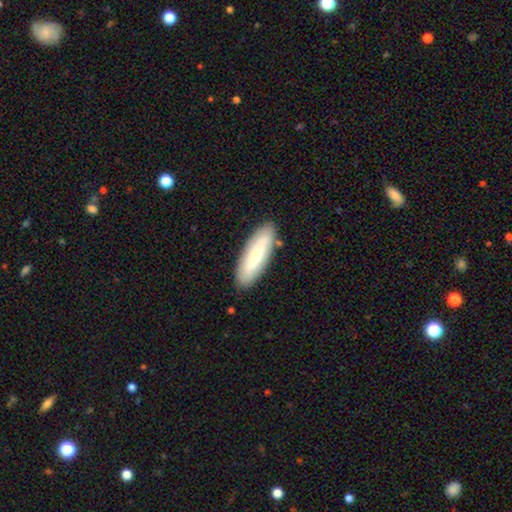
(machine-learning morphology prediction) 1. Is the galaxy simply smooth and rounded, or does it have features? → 61% smooth, 33% featured or disk, 5% star or artifact.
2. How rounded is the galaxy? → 55% in between, 43% cigar-shaped, 2% round.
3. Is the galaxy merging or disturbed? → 86% none, 10% minor disturbance, 2% major disturbance, 2% merger.